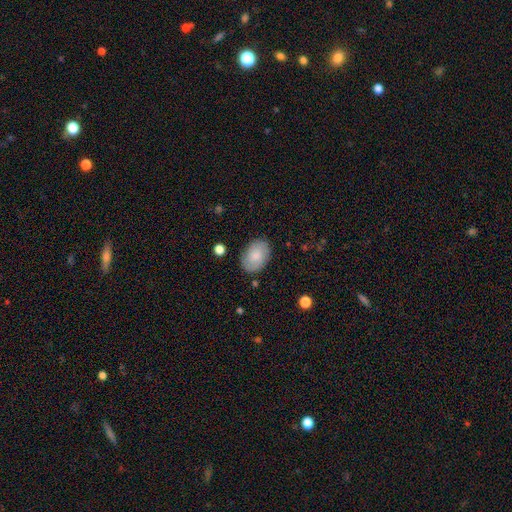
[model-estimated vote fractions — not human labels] smooth-or-featured: smooth: 72% | featured or disk: 21% | star or artifact: 7%
  how-rounded: in between: 83% | round: 16% | cigar-shaped: 1%
  merging: none: 84% | minor disturbance: 12% | major disturbance: 3% | merger: 1%